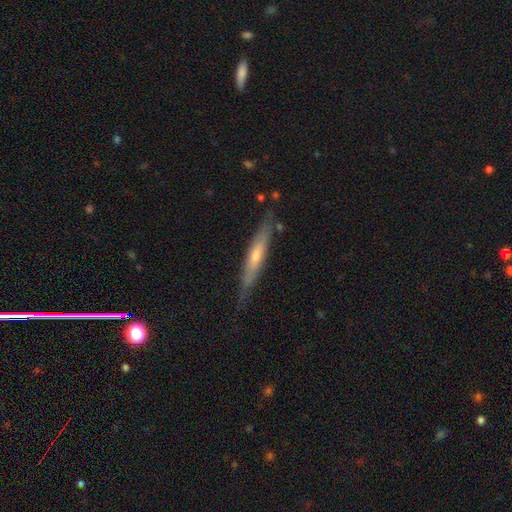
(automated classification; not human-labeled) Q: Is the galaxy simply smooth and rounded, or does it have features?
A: featured or disk — 55%.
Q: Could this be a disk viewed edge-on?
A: yes — 85%.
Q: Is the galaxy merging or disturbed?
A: none — 76%.